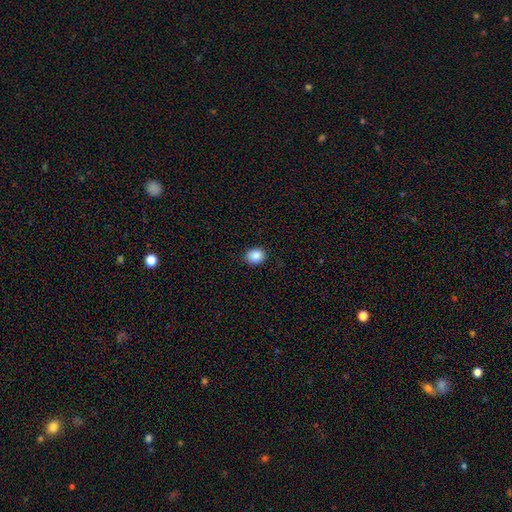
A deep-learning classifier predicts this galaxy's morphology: type=smooth (88%); roundness=round (53%); merging=none (89%).